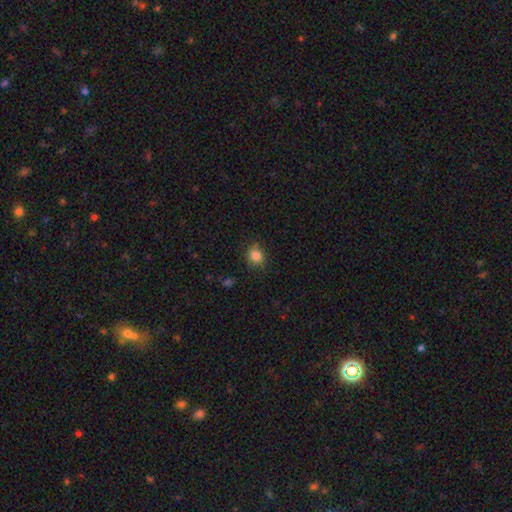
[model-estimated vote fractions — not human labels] Smooth or featured?
  - smooth: 84% *
  - star or artifact: 11%
  - featured or disk: 5%
How rounded?
  - round: 73% *
  - in between: 26%
  - cigar-shaped: 1%
Merging?
  - none: 82% *
  - minor disturbance: 13%
  - major disturbance: 3%
  - merger: 1%